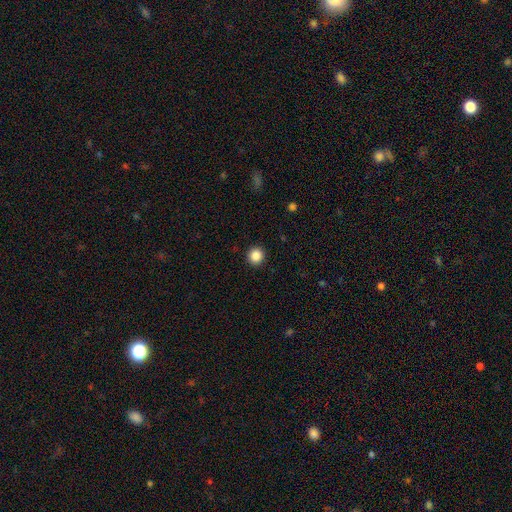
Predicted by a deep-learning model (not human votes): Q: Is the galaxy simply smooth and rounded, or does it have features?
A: smooth — 87%.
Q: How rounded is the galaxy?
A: round — 92%.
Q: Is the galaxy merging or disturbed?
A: none — 92%.